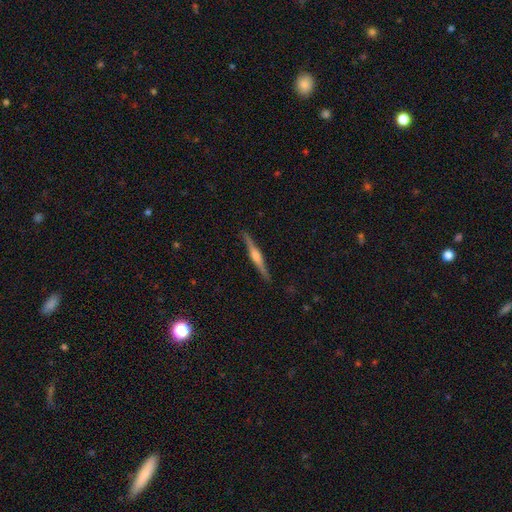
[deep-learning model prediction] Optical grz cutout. It shows a featured or disk galaxy (77%) viewed edge-on (98%) with a rounded central bulge (74%). Merging: none (91%).